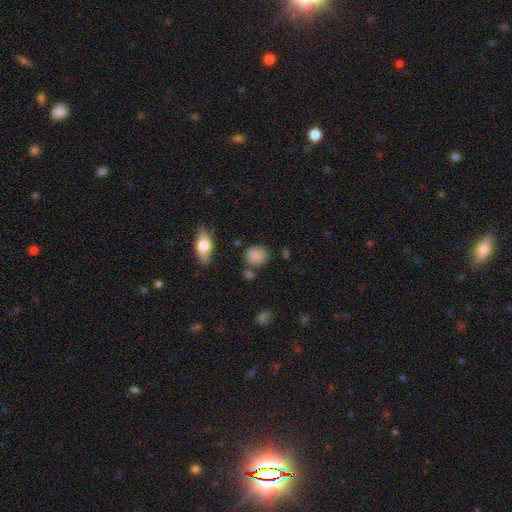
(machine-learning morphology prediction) Smooth or featured?
  - smooth: 84% *
  - star or artifact: 9%
  - featured or disk: 7%
How rounded?
  - round: 76% *
  - in between: 22%
  - cigar-shaped: 2%
Merging?
  - none: 74% *
  - minor disturbance: 15%
  - merger: 7%
  - major disturbance: 4%